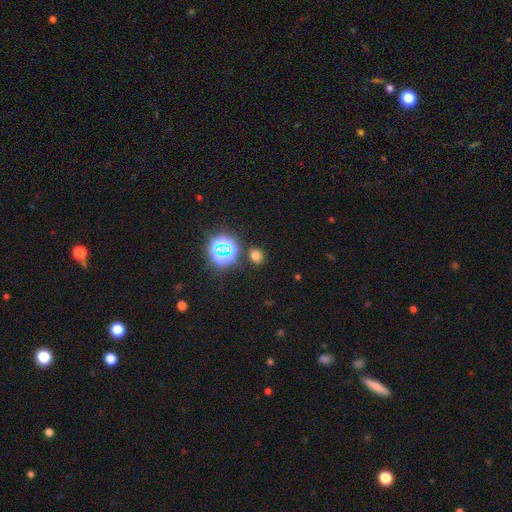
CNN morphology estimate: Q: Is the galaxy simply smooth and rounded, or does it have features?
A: smooth — 66%.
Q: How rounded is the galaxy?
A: round — 65%.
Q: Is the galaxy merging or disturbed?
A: none — 84%.